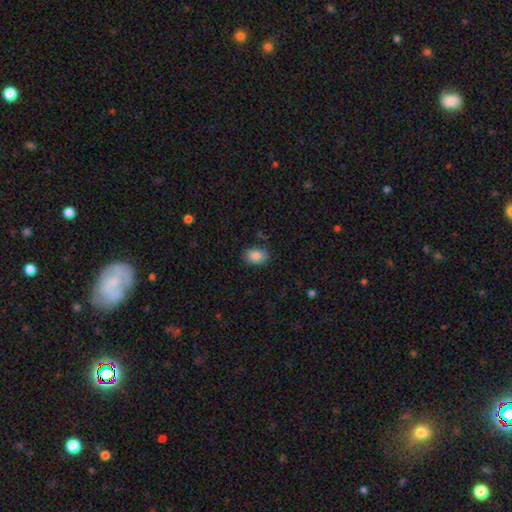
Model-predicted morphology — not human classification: A smooth galaxy with no disk features (87%) that is in between round and cigar-shaped (81%).

Vote fractions:
- Smooth or featured? smooth: 87% / star or artifact: 8% / featured or disk: 5%
- How rounded? in between: 81% / round: 18% / cigar-shaped: 1%
- Merging? none: 84% / minor disturbance: 12% / major disturbance: 3% / merger: 1%